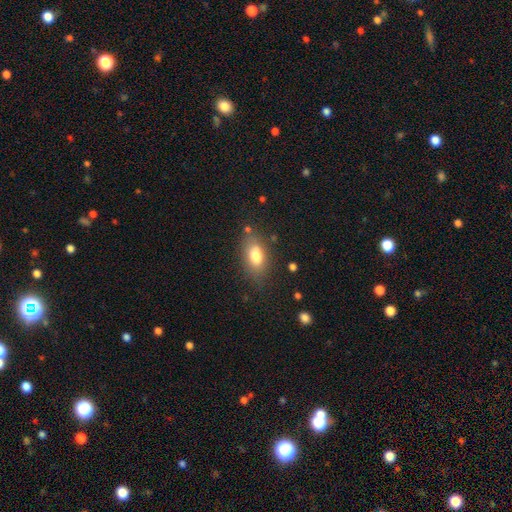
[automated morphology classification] The model was most divided on "merging": none: 76%, minor disturbance: 16%, major disturbance: 5%, merger: 4%. More confident: how rounded — in between (85%); smooth or featured — smooth (76%).